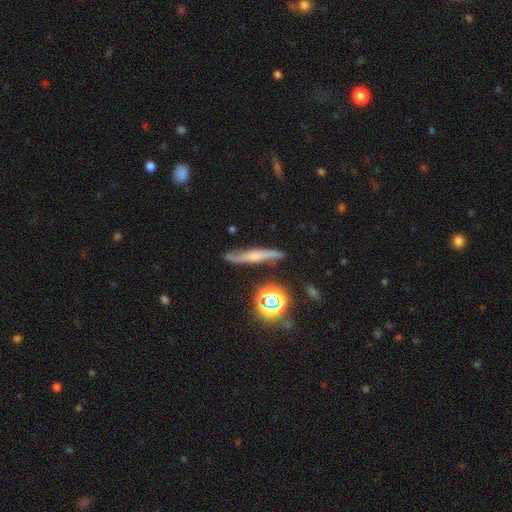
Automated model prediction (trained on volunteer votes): Smooth or featured?
  - featured or disk: 49% *
  - smooth: 36%
  - star or artifact: 14%
Merging?
  - none: 74% *
  - minor disturbance: 18%
  - major disturbance: 5%
  - merger: 3%